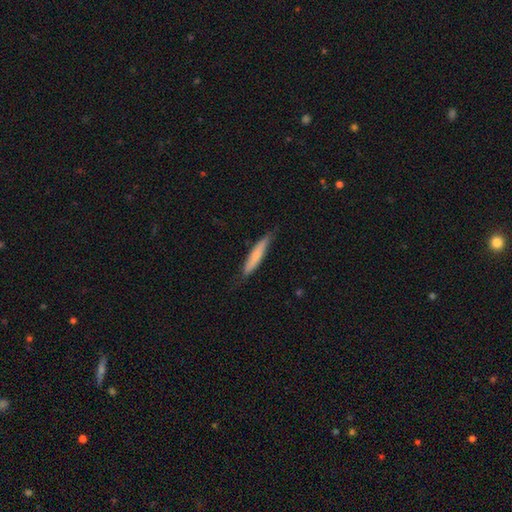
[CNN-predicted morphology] Smooth or featured?
  - smooth: 68% *
  - featured or disk: 27%
  - star or artifact: 5%
How rounded?
  - cigar-shaped: 90% *
  - in between: 8%
  - round: 1%
Merging?
  - none: 77% *
  - minor disturbance: 19%
  - major disturbance: 3%
  - merger: 1%